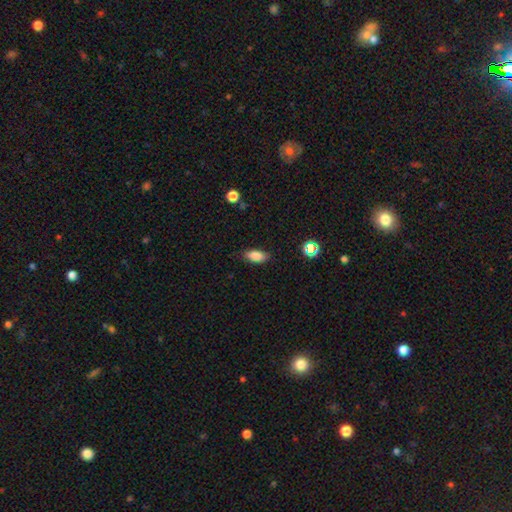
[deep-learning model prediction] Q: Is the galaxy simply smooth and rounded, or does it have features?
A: smooth — 85%.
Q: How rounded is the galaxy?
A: in between — 87%.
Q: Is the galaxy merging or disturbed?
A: none — 83%.